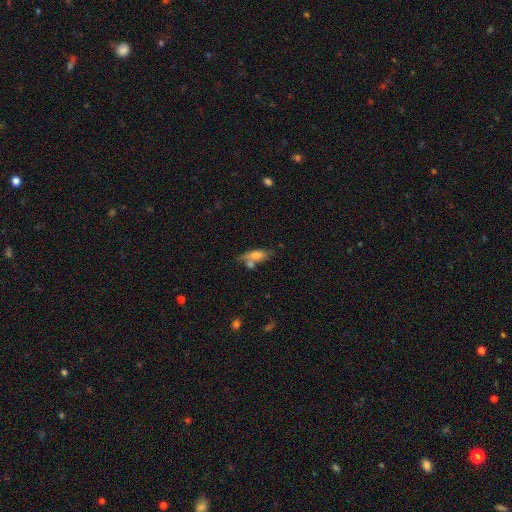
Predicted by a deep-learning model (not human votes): Smooth or featured? Predicted: smooth (p=0.71). How rounded? Predicted: in between (p=0.70). Merging? Predicted: none (p=0.45).